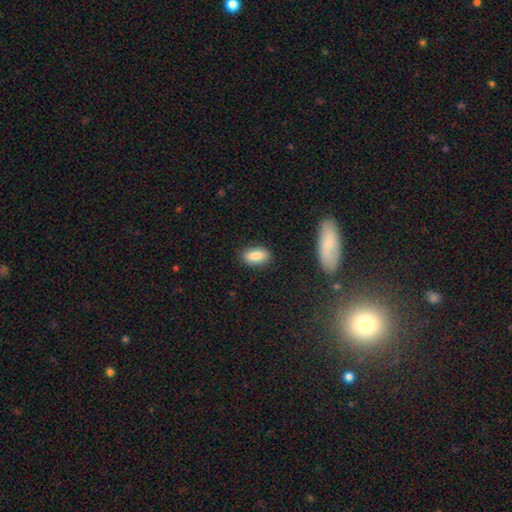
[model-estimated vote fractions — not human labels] This is clearly a smooth galaxy (85%). How rounded: clearly in between (90%). Merging: clearly none (87%).